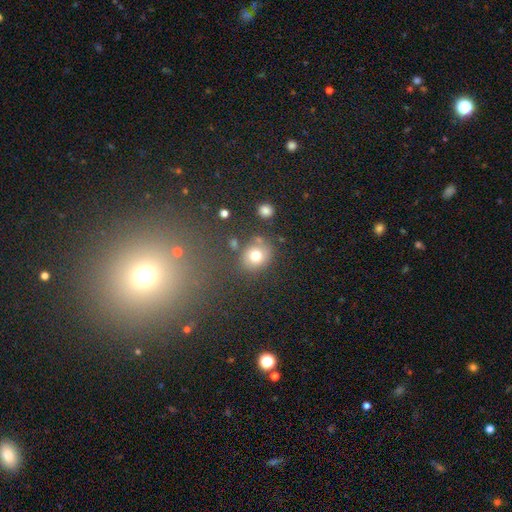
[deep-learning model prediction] The model was most divided on "how rounded": round: 69%, in between: 30%, cigar-shaped: 1%. More confident: smooth or featured — smooth (74%); merging — none (73%).